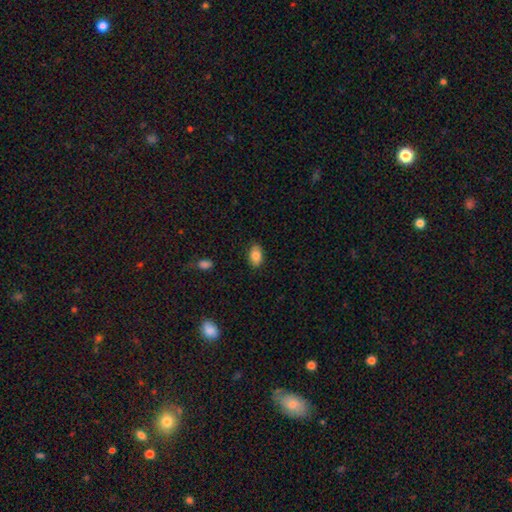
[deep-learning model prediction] smooth-or-featured: smooth: 84% | featured or disk: 8% | star or artifact: 8%
  how-rounded: in between: 90% | round: 8% | cigar-shaped: 2%
  merging: none: 86% | minor disturbance: 10% | major disturbance: 2% | merger: 1%